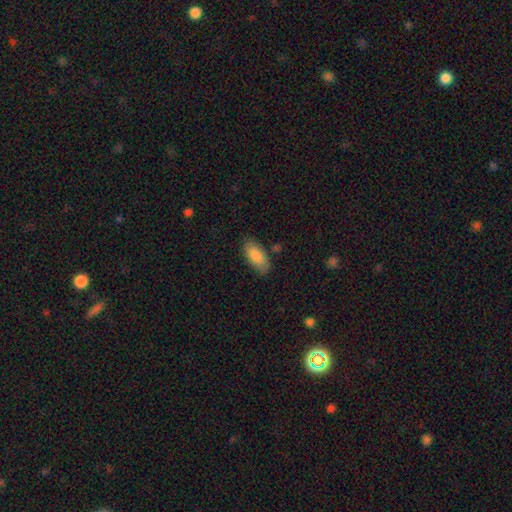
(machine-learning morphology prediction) Smooth or featured? smooth (85%)
How rounded? in between (89%)
Merging? none (81%)